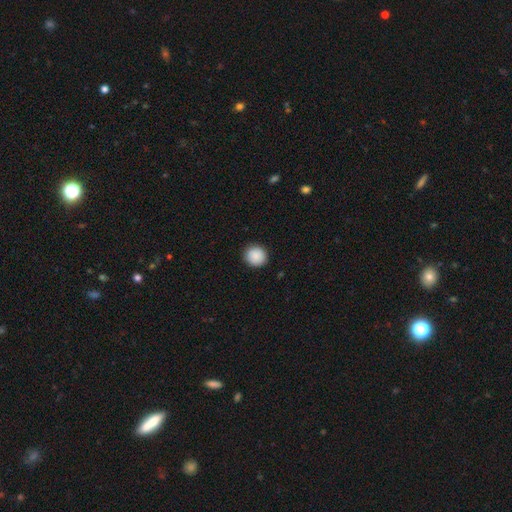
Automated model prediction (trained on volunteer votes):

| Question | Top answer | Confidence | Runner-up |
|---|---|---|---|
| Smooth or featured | smooth | 90% | star or artifact (8%) |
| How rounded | round | 91% | in between (8%) |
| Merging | none | 91% | minor disturbance (6%) |